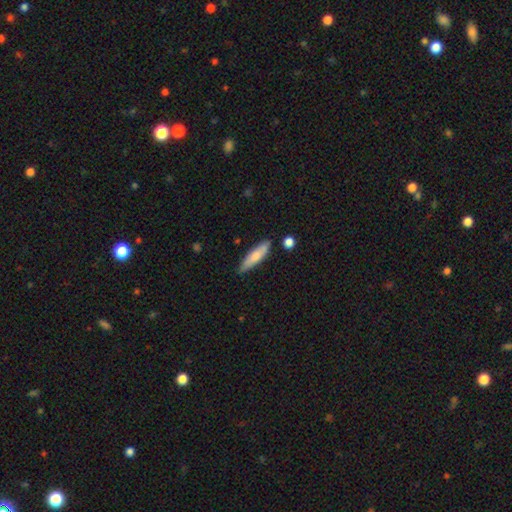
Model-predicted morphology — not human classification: type=smooth (73%); roundness=cigar-shaped (71%); merging=none (79%).